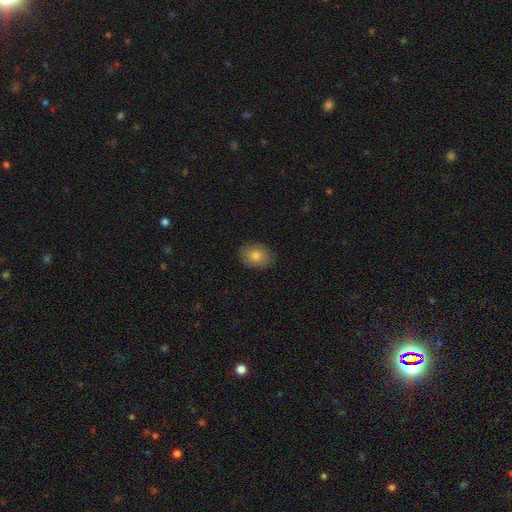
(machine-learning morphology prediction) This is likely a smooth galaxy (79%). How rounded: likely in between (63%). Merging: clearly none (86%).